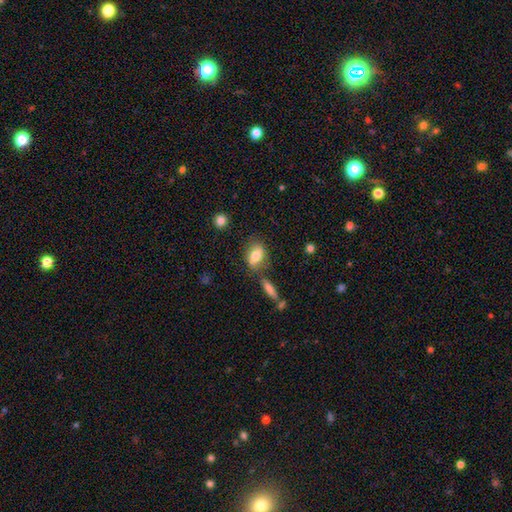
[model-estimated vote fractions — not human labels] Smooth or featured?
  - smooth: 75% *
  - featured or disk: 17%
  - star or artifact: 8%
How rounded?
  - in between: 83% *
  - round: 11%
  - cigar-shaped: 6%
Merging?
  - none: 66% *
  - minor disturbance: 17%
  - merger: 12%
  - major disturbance: 6%